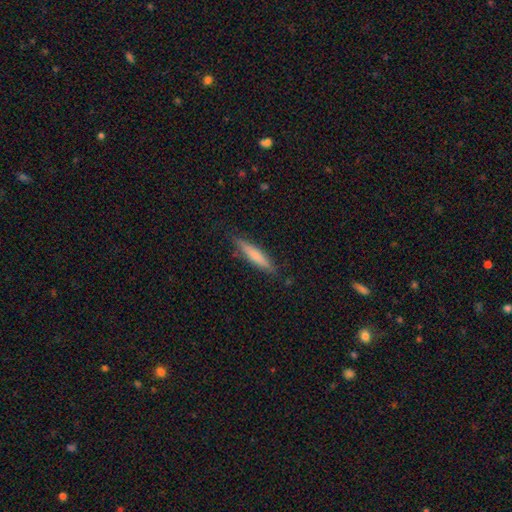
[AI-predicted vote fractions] Q: Smooth or featured?
A: smooth (73%); runner-up: featured or disk (21%)
Q: How rounded?
A: cigar-shaped (89%); runner-up: in between (10%)
Q: Merging?
A: none (83%); runner-up: minor disturbance (13%)